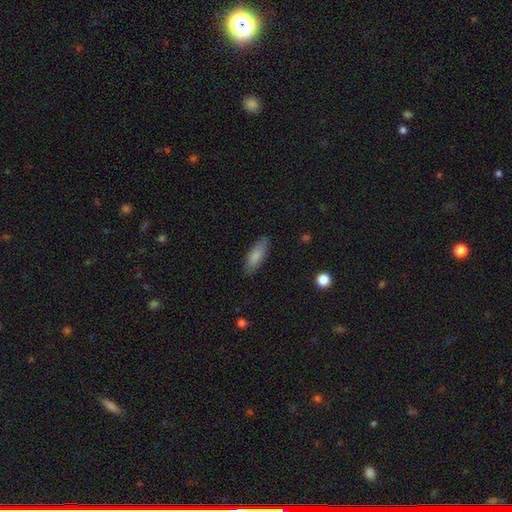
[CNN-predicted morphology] A smooth galaxy with no disk features (82%) that is in between round and cigar-shaped (57%).

Vote fractions:
- Smooth or featured? smooth: 82% / featured or disk: 12% / star or artifact: 6%
- How rounded? in between: 57% / cigar-shaped: 41% / round: 2%
- Merging? none: 85% / minor disturbance: 11% / major disturbance: 2% / merger: 1%